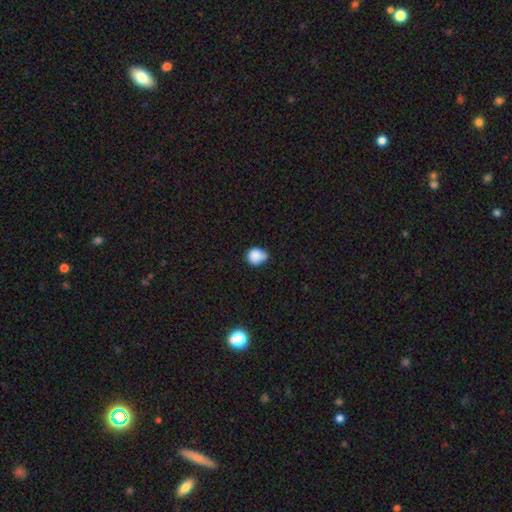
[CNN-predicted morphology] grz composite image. It shows a smooth galaxy with no disk features (86%) that is round (75%). Merging: none (51%).